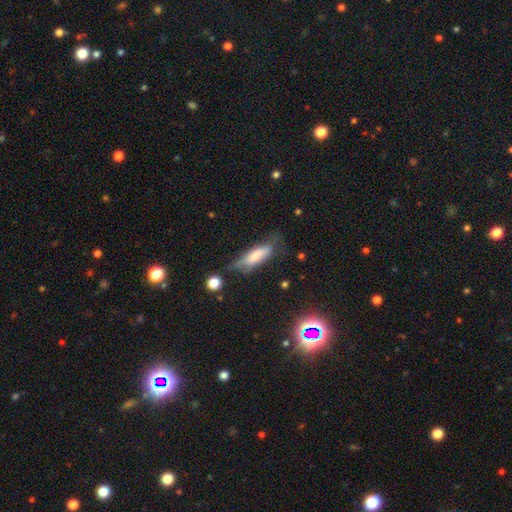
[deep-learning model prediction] Q: Smooth or featured?
A: smooth (66%); runner-up: featured or disk (27%)
Q: How rounded?
A: cigar-shaped (54%); runner-up: in between (44%)
Q: Merging?
A: none (49%); runner-up: minor disturbance (32%)